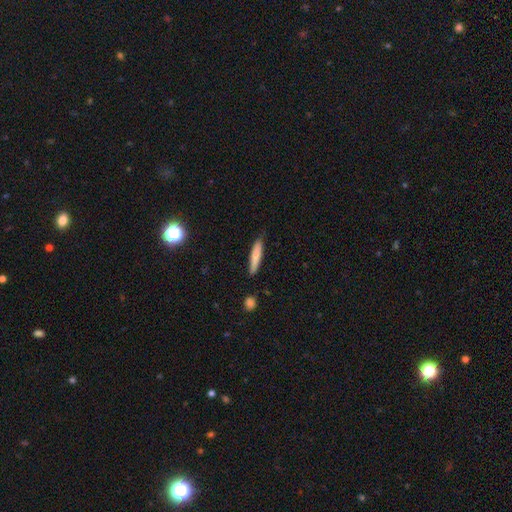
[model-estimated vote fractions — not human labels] Smooth or featured: smooth — 79% (featured or disk — 15%)
How rounded: cigar-shaped — 88% (in between — 11%)
Merging: none — 83% (minor disturbance — 13%)